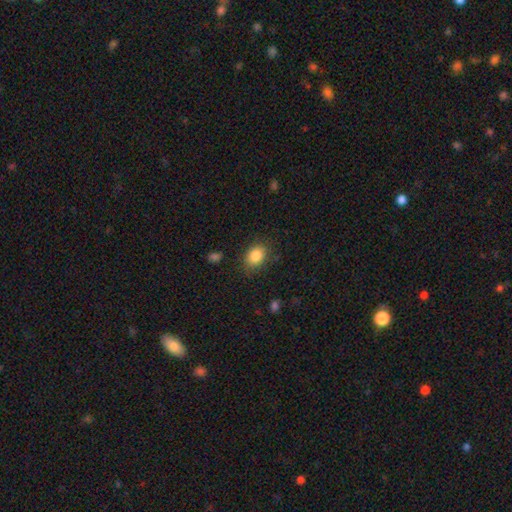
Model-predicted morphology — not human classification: Q: Smooth or featured?
A: smooth (86%); runner-up: star or artifact (8%)
Q: How rounded?
A: in between (72%); runner-up: round (27%)
Q: Merging?
A: none (81%); runner-up: minor disturbance (14%)